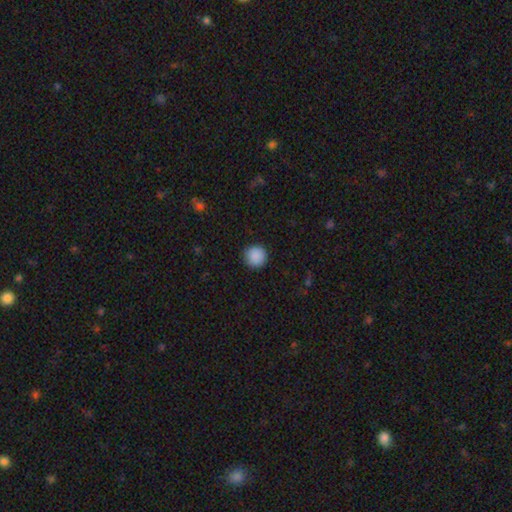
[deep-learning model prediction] A smooth galaxy with no disk features (89%) that is round (96%). Merging: none (91%).